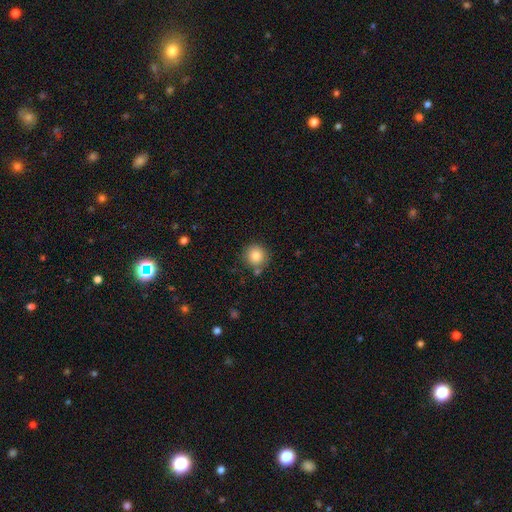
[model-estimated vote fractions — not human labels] A smooth galaxy with no disk features (85%) that is round (92%).

Vote fractions:
- Smooth or featured? smooth: 85% / star or artifact: 9% / featured or disk: 5%
- How rounded? round: 92% / in between: 7% / cigar-shaped: 1%
- Merging? none: 79% / minor disturbance: 11% / merger: 7% / major disturbance: 3%